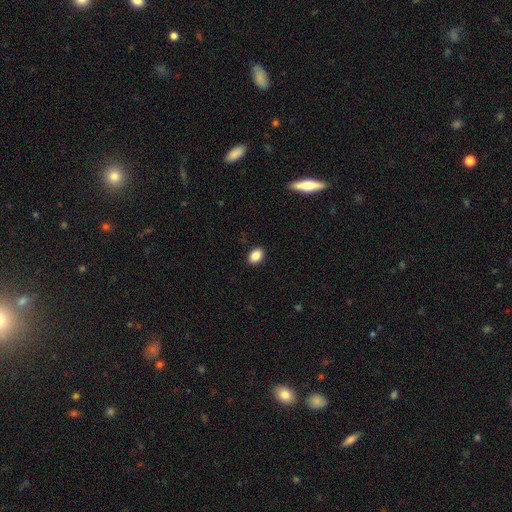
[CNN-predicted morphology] smooth-or-featured: smooth: 88% | star or artifact: 8% | featured or disk: 4%
  how-rounded: in between: 81% | round: 18% | cigar-shaped: 1%
  merging: none: 90% | minor disturbance: 7% | major disturbance: 2% | merger: 1%